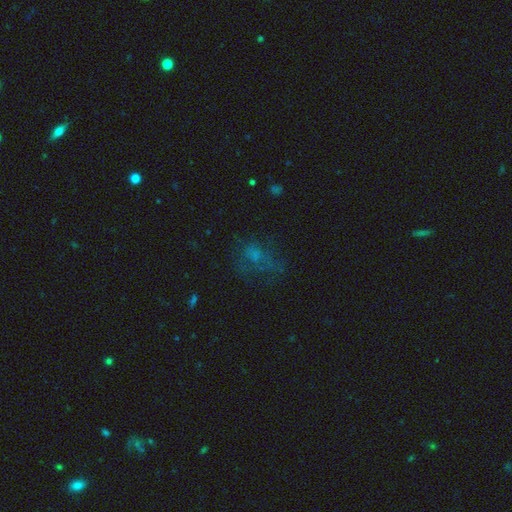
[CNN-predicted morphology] This is marginally a smooth galaxy (42%). Merging: marginally none (42%).